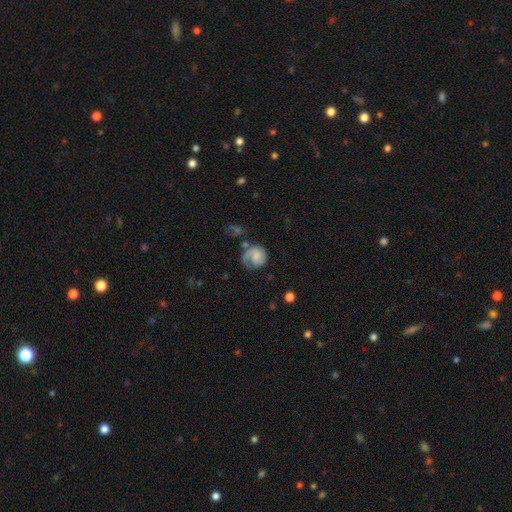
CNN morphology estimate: Smooth or featured? featured or disk (52%)
Edge-on disk? no (98%)
Bar? no (65%)
Spiral arms? yes (87%)
Bulge size? none (32%)
Merging? none (50%)